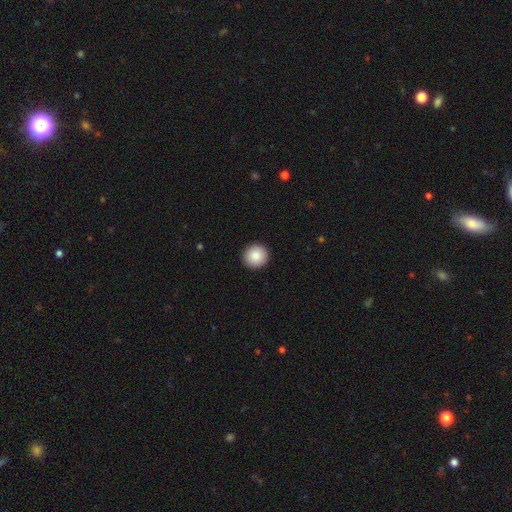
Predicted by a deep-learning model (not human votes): The model was most divided on "smooth or featured": smooth: 88%, star or artifact: 8%, featured or disk: 5%. More confident: how rounded — round (95%); merging — none (93%).